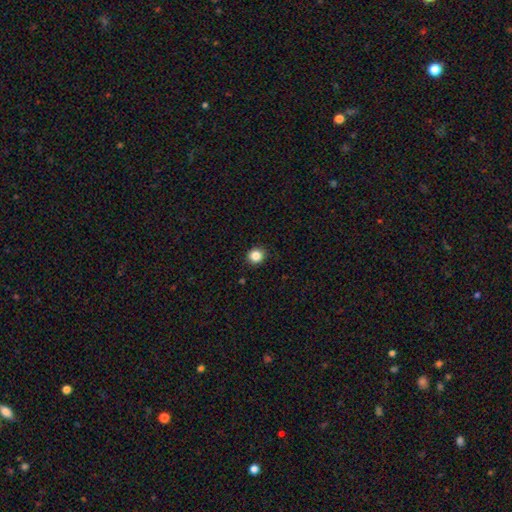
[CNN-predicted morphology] This is clearly a smooth galaxy (85%). How rounded: clearly round (92%). Merging: clearly none (92%).